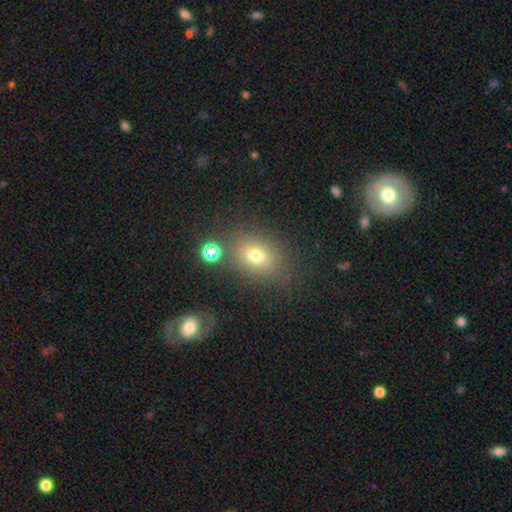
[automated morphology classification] Q: Smooth or featured?
A: smooth (69%); runner-up: star or artifact (17%)
Q: How rounded?
A: in between (61%); runner-up: round (38%)
Q: Merging?
A: none (75%); runner-up: minor disturbance (13%)